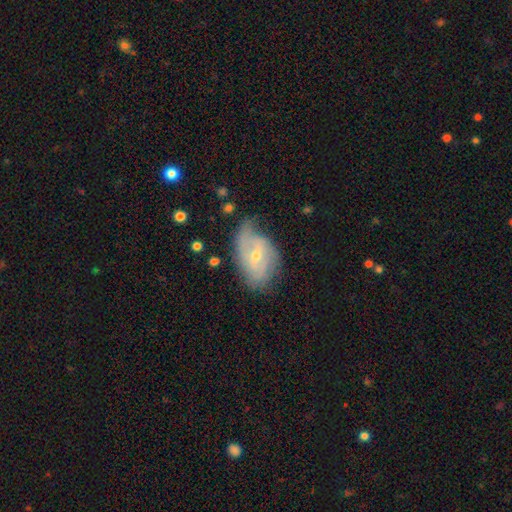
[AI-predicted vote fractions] Q: Smooth or featured?
A: featured or disk (68%); runner-up: smooth (24%)
Q: Edge-on disk?
A: no (95%); runner-up: yes (5%)
Q: Bar?
A: weak (45%); runner-up: no (42%)
Q: Spiral arms?
A: yes (80%); runner-up: no (20%)
Q: Spiral winding?
A: medium (37%); tied with: tight (37%)
Q: Spiral arm count?
A: 2 (38%); runner-up: can't tell (35%)
Q: Bulge size?
A: small (62%); runner-up: moderate (34%)
Q: Merging?
A: none (46%); runner-up: minor disturbance (35%)